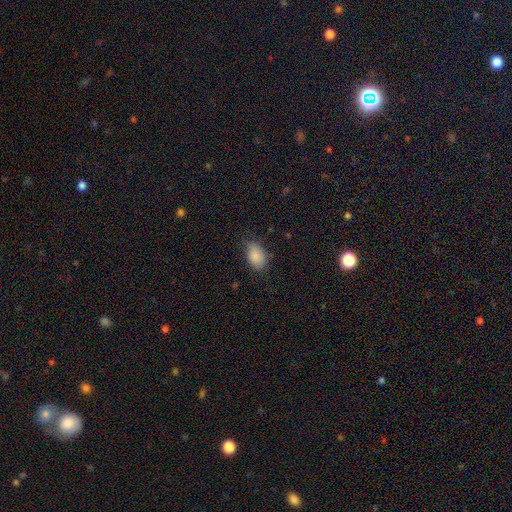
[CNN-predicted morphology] This is clearly a smooth galaxy (86%). How rounded: clearly in between (88%). Merging: likely none (69%).